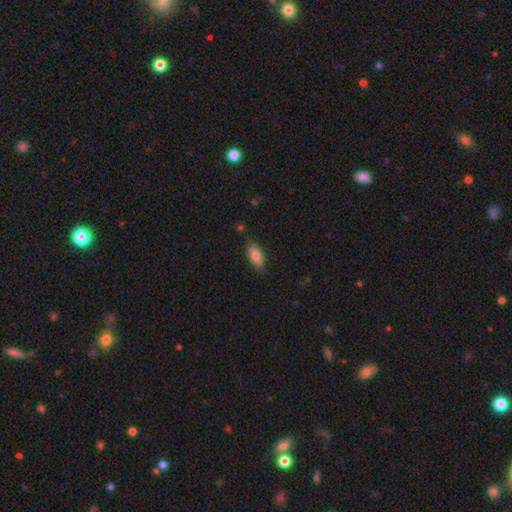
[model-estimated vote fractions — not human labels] Morphology: type=smooth (84%); roundness=in between (84%); merging=none (80%).